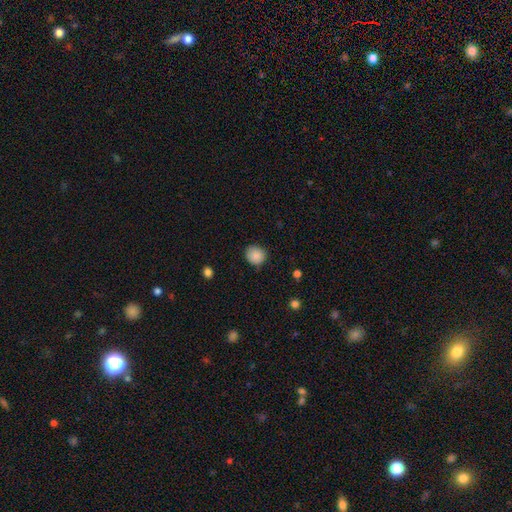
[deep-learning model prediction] Smooth or featured? Predicted: smooth (p=0.87). How rounded? Predicted: round (p=0.85). Merging? Predicted: none (p=0.83).